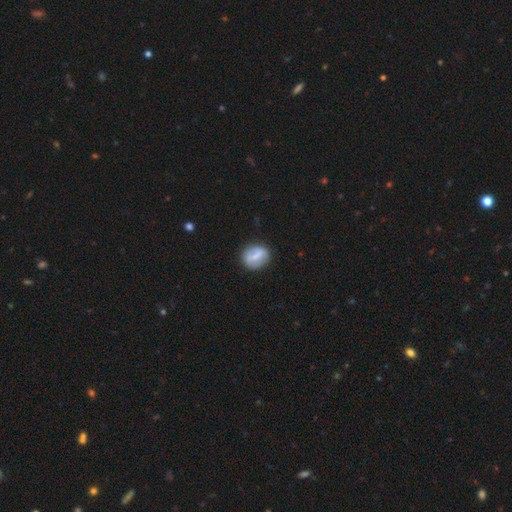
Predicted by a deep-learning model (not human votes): Overall: smooth (51%; featured or disk 42%). How rounded: round (56%; in between 42%). Merging: none (82%).